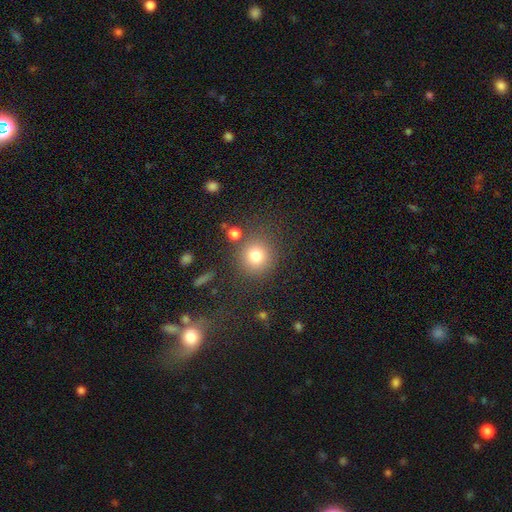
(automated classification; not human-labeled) Overall: smooth (79%). How rounded: round (89%). Merging: none (79%).